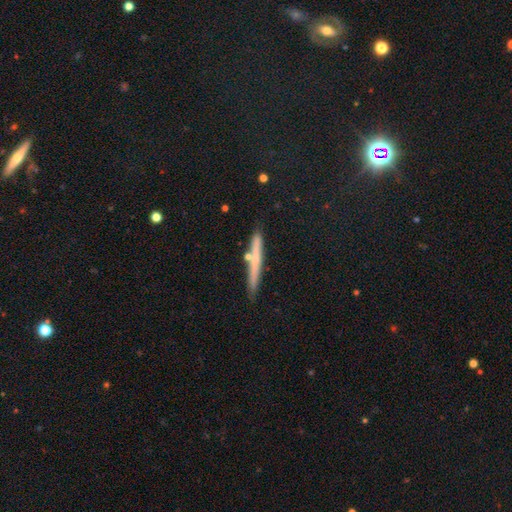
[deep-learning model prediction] Smooth or featured?
  - smooth: 50% *
  - featured or disk: 40%
  - star or artifact: 10%
How rounded?
  - cigar-shaped: 95% *
  - in between: 3%
  - round: 2%
Merging?
  - none: 81% *
  - minor disturbance: 11%
  - merger: 5%
  - major disturbance: 2%